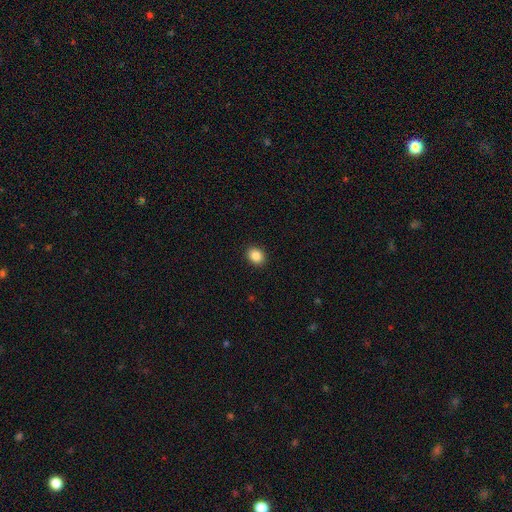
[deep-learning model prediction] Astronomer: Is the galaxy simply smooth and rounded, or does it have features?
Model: smooth — 86%.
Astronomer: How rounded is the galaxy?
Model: round — 56% (runner-up: in between, 43%).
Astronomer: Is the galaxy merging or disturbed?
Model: none — 92%.